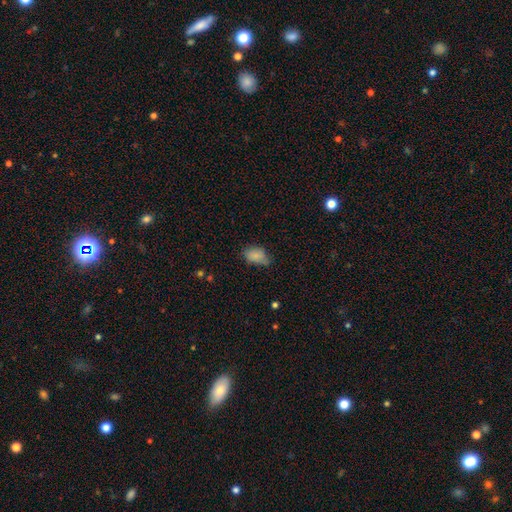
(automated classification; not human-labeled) smooth_or_featured: smooth (p=0.81) [alt: featured or disk p=0.10]
how_rounded: in between (p=0.87) [alt: round p=0.11]
merging: none (p=0.51) [alt: minor disturbance p=0.37]